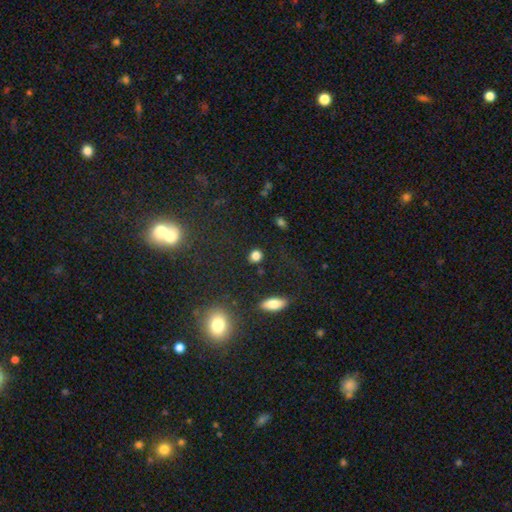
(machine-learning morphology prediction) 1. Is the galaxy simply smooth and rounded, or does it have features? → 83% smooth, 12% star or artifact, 5% featured or disk.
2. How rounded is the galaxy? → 77% round, 21% in between, 2% cigar-shaped.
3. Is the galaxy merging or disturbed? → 86% none, 8% minor disturbance, 3% major disturbance, 2% merger.